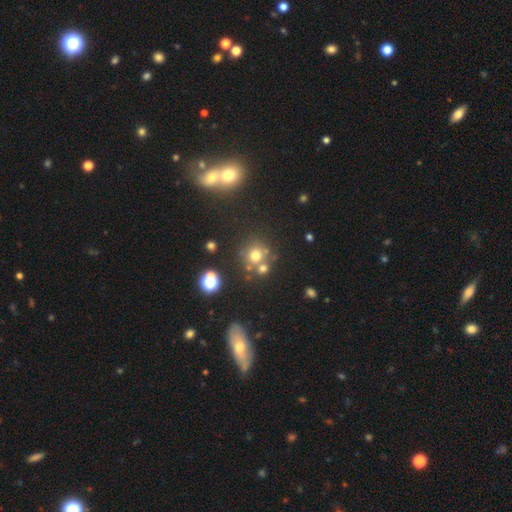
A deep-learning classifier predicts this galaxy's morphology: type=smooth (67%); roundness=round (89%); merging=none (64%).